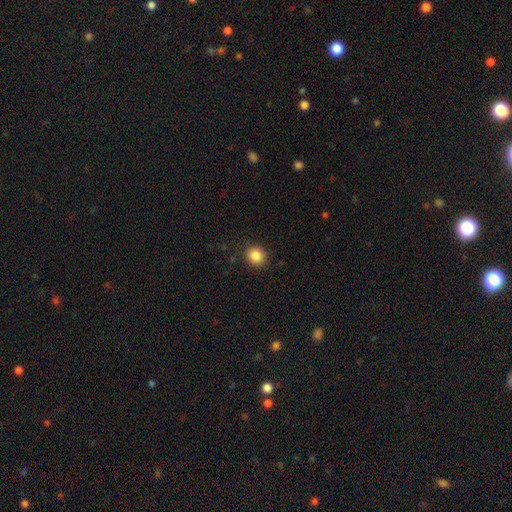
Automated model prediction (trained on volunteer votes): smooth 86%, star or artifact 10%, featured or disk 4%. Down the decision tree: how rounded — round (85%); merging — none (89%).